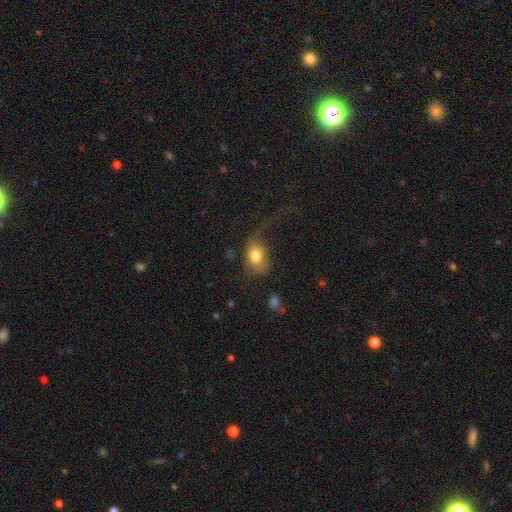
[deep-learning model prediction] smooth_or_featured: smooth (p=0.78) [alt: featured or disk p=0.14]
how_rounded: in between (p=0.77) [alt: round p=0.21]
merging: none (p=0.42) [alt: major disturbance p=0.33]